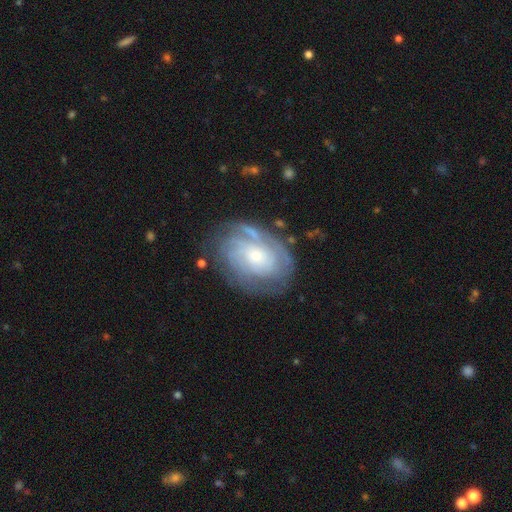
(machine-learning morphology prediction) This is likely a featured or disk galaxy (77%). It is clearly not viewed edge-on (96%). Bar: likely no (79%). Spiral arm pattern: clearly yes (87%). Spiral arm count: possibly can't tell (48%). Spiral winding: likely tight (72%). Central bulge: likely small (65%). Merging: likely none (68%).